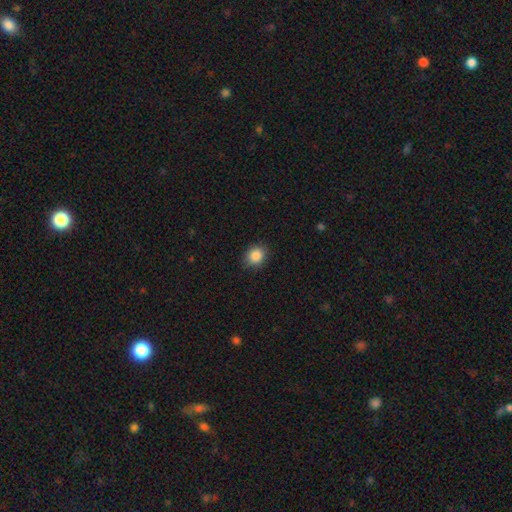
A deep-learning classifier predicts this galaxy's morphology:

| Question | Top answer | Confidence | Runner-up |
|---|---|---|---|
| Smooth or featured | smooth | 87% | star or artifact (9%) |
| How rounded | round | 61% | in between (37%) |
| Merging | none | 86% | minor disturbance (11%) |